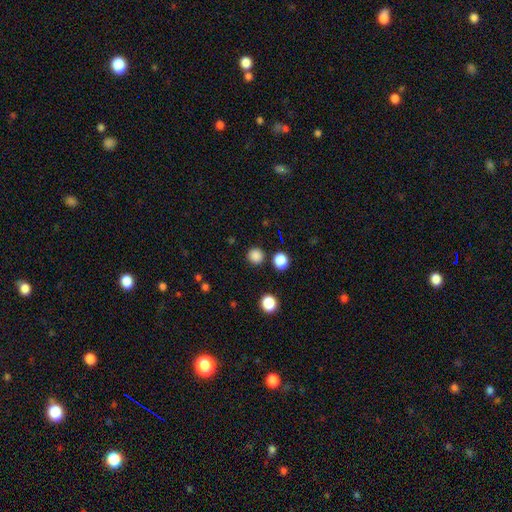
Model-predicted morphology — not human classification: Smooth or featured? smooth (84%)
How rounded? round (93%)
Merging? none (88%)